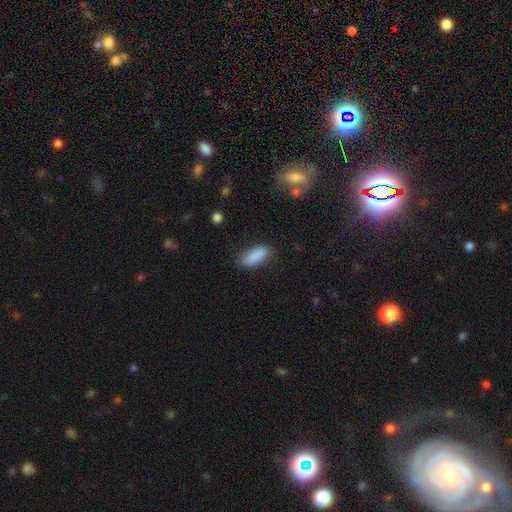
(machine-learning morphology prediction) Overall: smooth (88%). How rounded: in between (75%). Merging: none (79%).